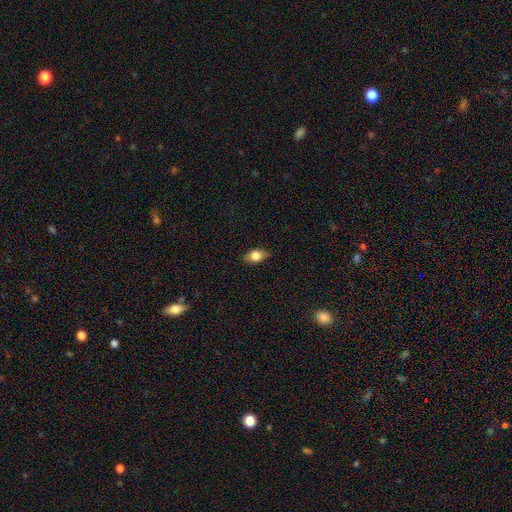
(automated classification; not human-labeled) smooth 79%, featured or disk 13%, star or artifact 8%. Down the decision tree: how rounded — in between (82%); merging — none (84%).